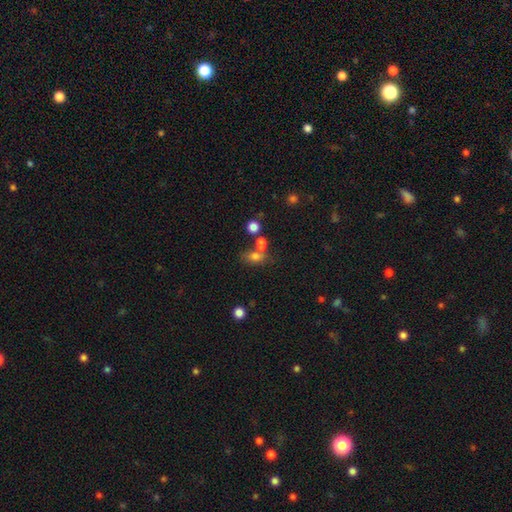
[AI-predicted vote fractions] A smooth galaxy with no disk features (71%) that is in between round and cigar-shaped (69%).

Vote fractions:
- Smooth or featured? smooth: 71% / star or artifact: 16% / featured or disk: 13%
- How rounded? in between: 69% / round: 27% / cigar-shaped: 3%
- Merging? none: 43% / merger: 36% / minor disturbance: 13% / major disturbance: 8%